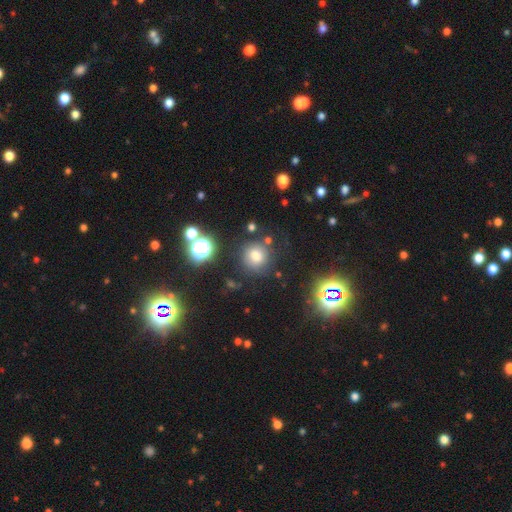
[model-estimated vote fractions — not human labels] Q: Smooth or featured?
A: smooth (67%); runner-up: star or artifact (20%)
Q: How rounded?
A: round (90%); runner-up: in between (9%)
Q: Merging?
A: none (77%); runner-up: minor disturbance (12%)